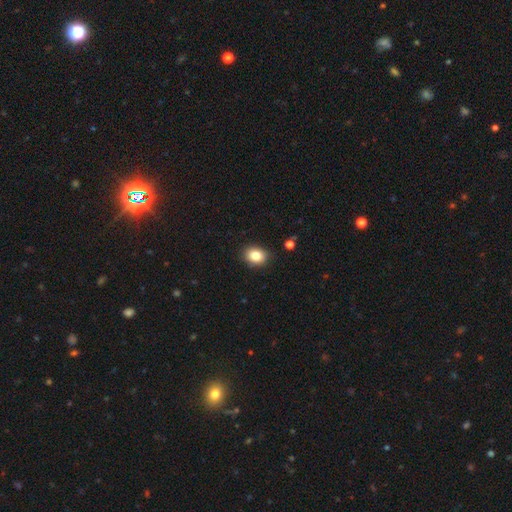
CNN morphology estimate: This appears to be a smooth galaxy with no disk features (84%) that is in between round and cigar-shaped (55%). Merging: none (87%).